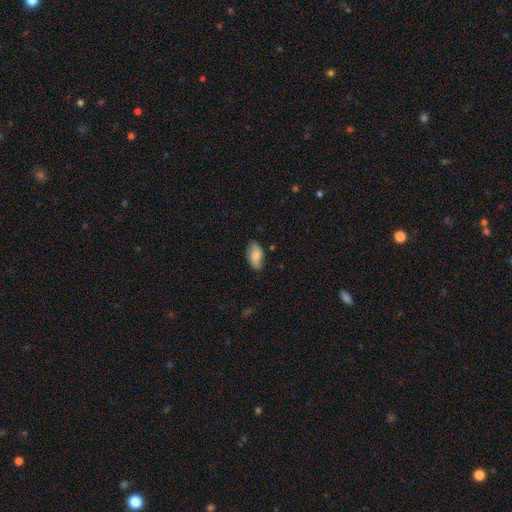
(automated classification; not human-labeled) Smooth or featured? Predicted: smooth (p=0.77). How rounded? Predicted: in between (p=0.92). Merging? Predicted: none (p=0.77).